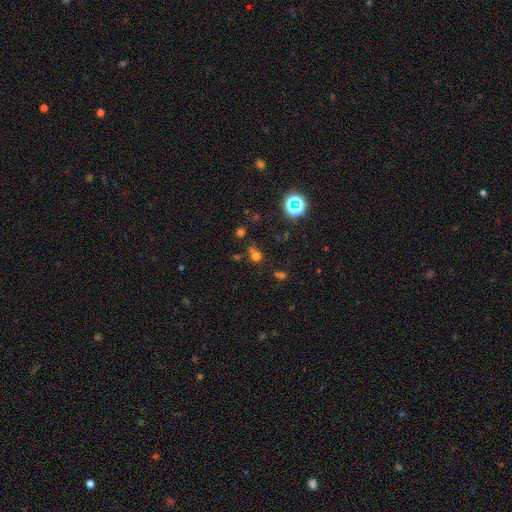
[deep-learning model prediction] smooth-or-featured: smooth: 60% | star or artifact: 30% | featured or disk: 10%
  how-rounded: round: 79% | in between: 20% | cigar-shaped: 1%
  merging: none: 56% | merger: 22% | minor disturbance: 14% | major disturbance: 8%